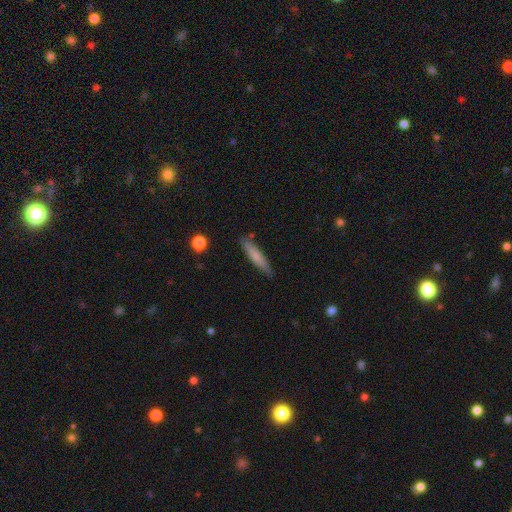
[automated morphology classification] Smooth or featured: smooth — 72% (featured or disk — 22%)
How rounded: cigar-shaped — 88% (in between — 11%)
Merging: none — 83% (minor disturbance — 13%)